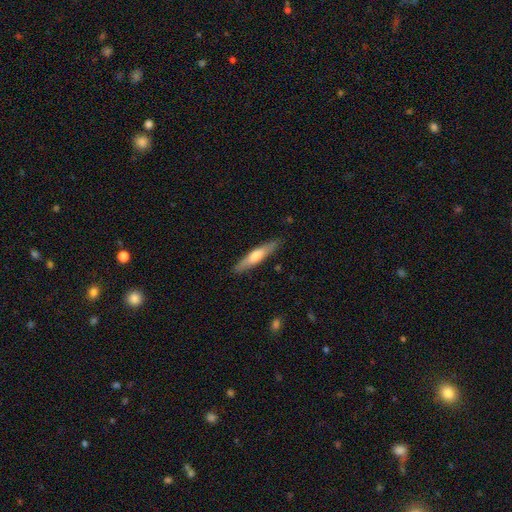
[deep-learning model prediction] This is possibly a smooth galaxy (52%). How rounded: clearly cigar-shaped (87%). Merging: clearly none (88%).